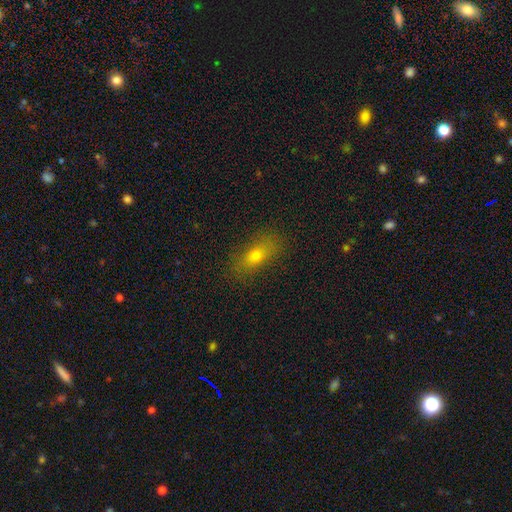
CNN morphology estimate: smooth_or_featured: smooth (p=0.69) [alt: featured or disk p=0.18]
how_rounded: in between (p=0.74) [alt: cigar-shaped p=0.16]
merging: none (p=0.81) [alt: minor disturbance p=0.13]